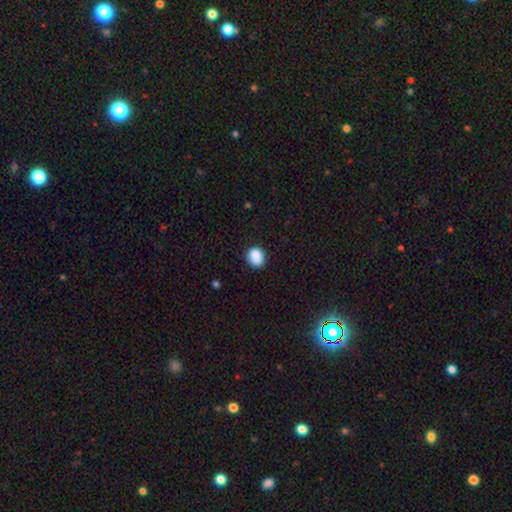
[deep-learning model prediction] smooth-or-featured: smooth: 87% | star or artifact: 9% | featured or disk: 4%
  how-rounded: round: 63% | in between: 36% | cigar-shaped: 1%
  merging: none: 79% | minor disturbance: 16% | major disturbance: 3% | merger: 2%